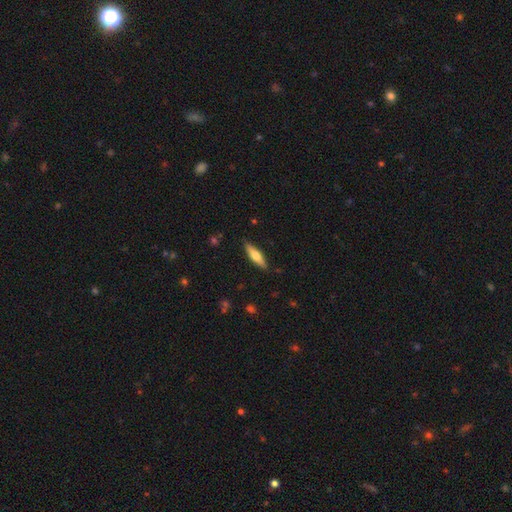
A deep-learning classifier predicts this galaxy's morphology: This appears to be a smooth galaxy with no disk features (52%) that is cigar-shaped (68%). Merging: none (88%).